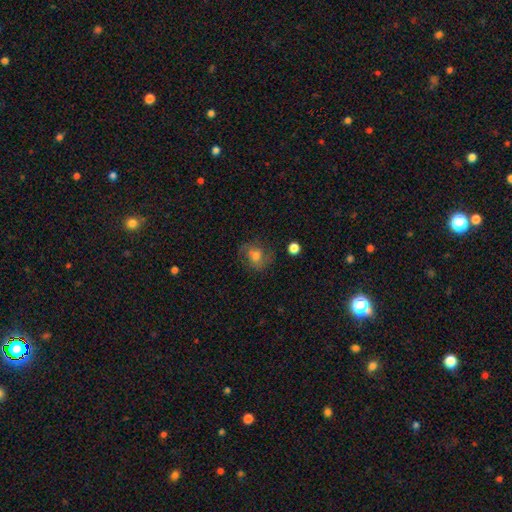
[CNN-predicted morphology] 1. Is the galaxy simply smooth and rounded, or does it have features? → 44% smooth, 43% featured or disk, 12% star or artifact.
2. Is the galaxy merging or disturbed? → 65% none, 19% minor disturbance, 11% major disturbance, 4% merger.